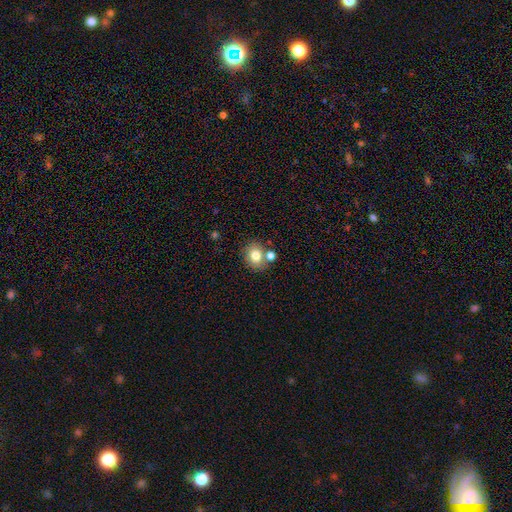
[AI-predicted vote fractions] Overall: smooth (78%). How rounded: round (61%; in between 38%). Merging: none (68%).